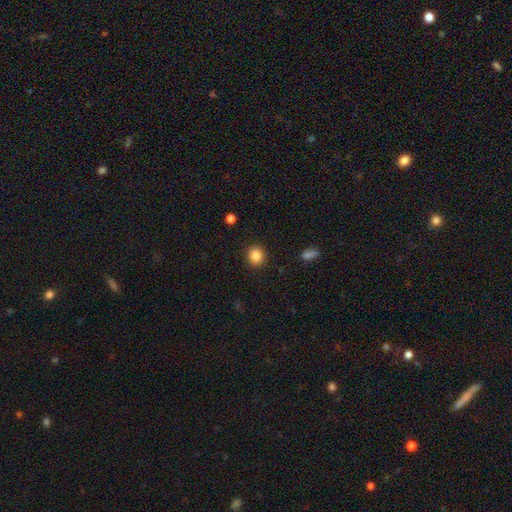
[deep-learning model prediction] This appears to be a smooth galaxy with no disk features (85%) that is round (84%). Merging: none (91%).